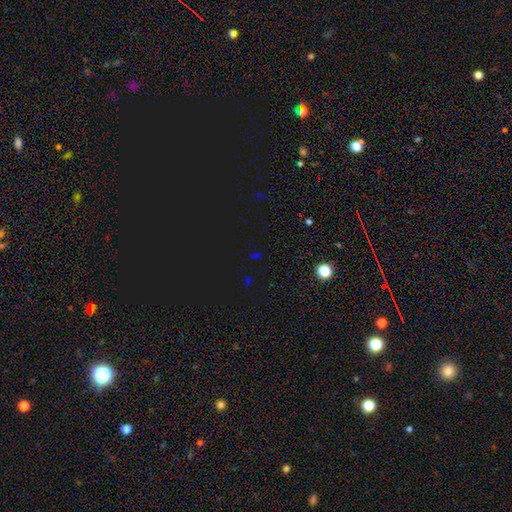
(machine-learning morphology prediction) This appears to be a star or artifact, not a galaxy (70%).